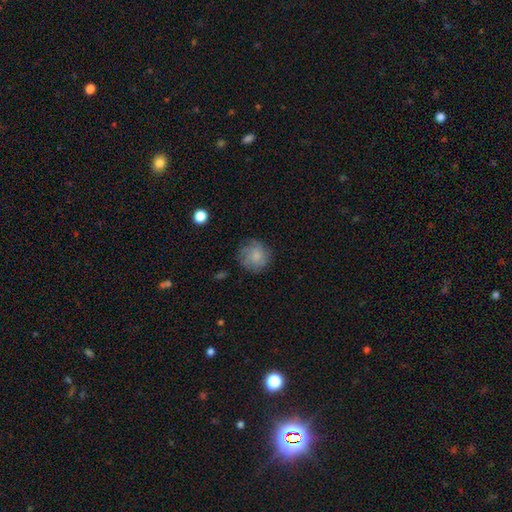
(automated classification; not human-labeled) A smooth galaxy with no disk features (69%) that is round (90%).

Vote fractions:
- Smooth or featured? smooth: 69% / featured or disk: 22% / star or artifact: 9%
- How rounded? round: 90% / in between: 9% / cigar-shaped: 1%
- Merging? none: 75% / minor disturbance: 17% / major disturbance: 7% / merger: 1%